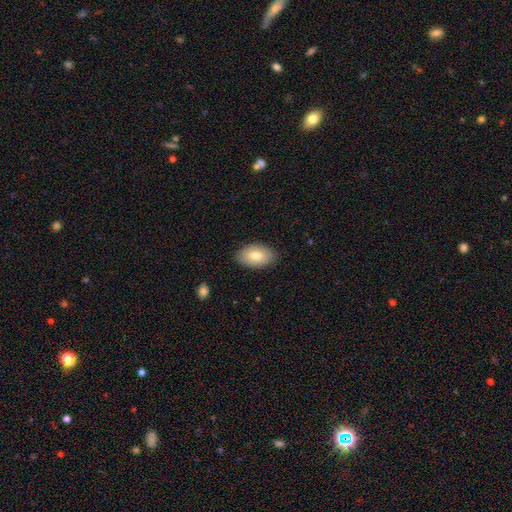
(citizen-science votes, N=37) Smooth or featured: smooth — 78% (featured or disk — 22%)
How rounded: in between — 93% (round — 7%)
Merging: none — 84% (minor disturbance — 16%)